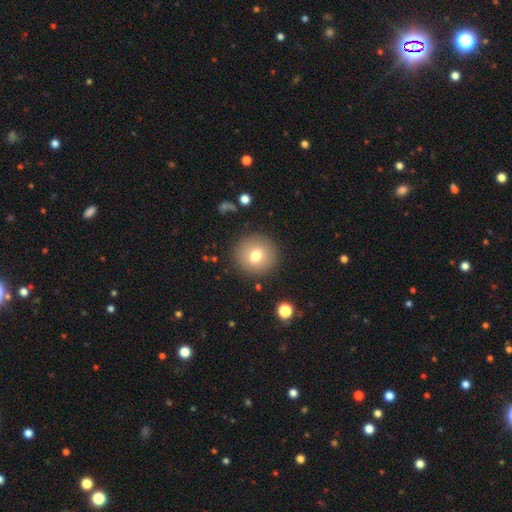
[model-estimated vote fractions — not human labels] A smooth galaxy with no disk features (73%) that is round (94%).

Vote fractions:
- Smooth or featured? smooth: 73% / featured or disk: 16% / star or artifact: 11%
- How rounded? round: 94% / in between: 5% / cigar-shaped: 1%
- Merging? none: 89% / minor disturbance: 7% / major disturbance: 3% / merger: 2%